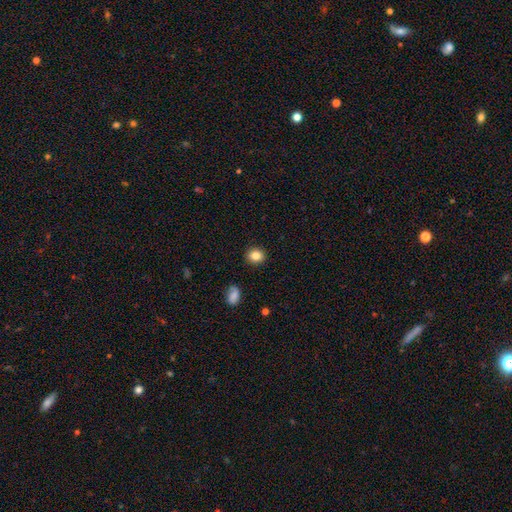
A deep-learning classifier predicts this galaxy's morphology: Q: Smooth or featured?
A: smooth (83%); runner-up: star or artifact (10%)
Q: How rounded?
A: round (79%); runner-up: in between (20%)
Q: Merging?
A: none (91%); runner-up: minor disturbance (6%)